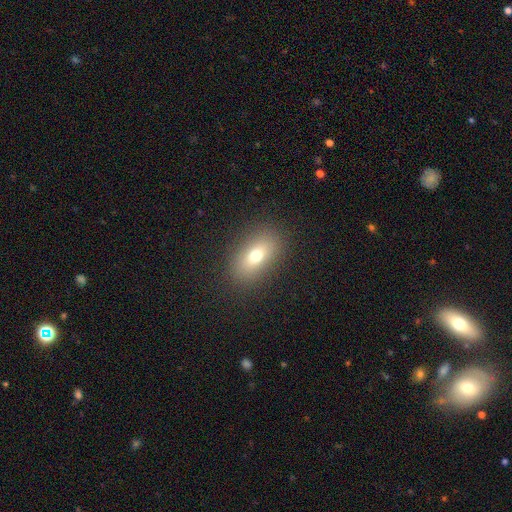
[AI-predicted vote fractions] Overall: smooth (71%). How rounded: in between (82%). Merging: none (87%).